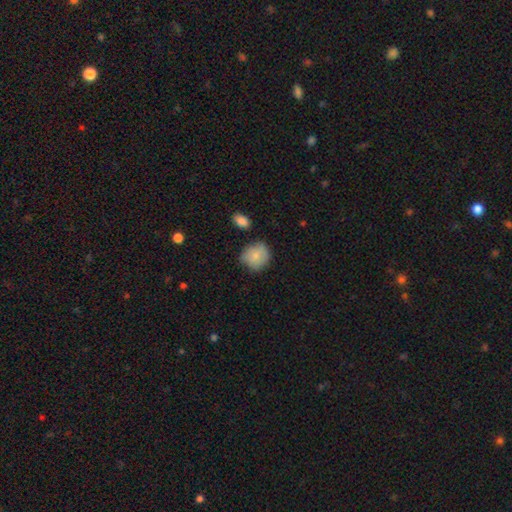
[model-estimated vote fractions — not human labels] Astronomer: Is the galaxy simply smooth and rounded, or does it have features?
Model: smooth — 81%.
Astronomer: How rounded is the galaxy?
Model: round — 78%.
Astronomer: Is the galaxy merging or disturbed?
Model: none — 64%.